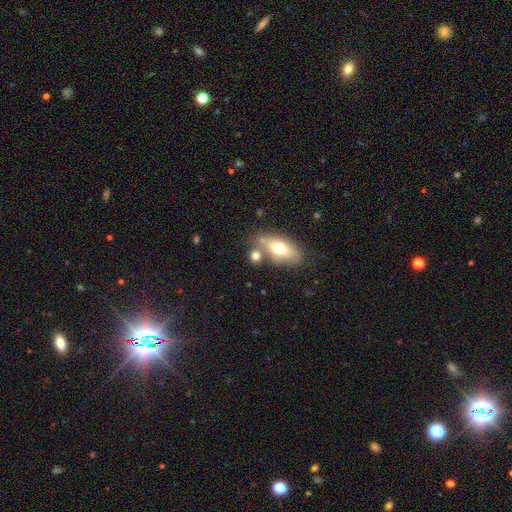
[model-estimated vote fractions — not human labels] smooth-or-featured: smooth: 70% | featured or disk: 20% | star or artifact: 10%
  how-rounded: in between: 62% | round: 30% | cigar-shaped: 8%
  merging: none: 55% | merger: 24% | minor disturbance: 14% | major disturbance: 7%